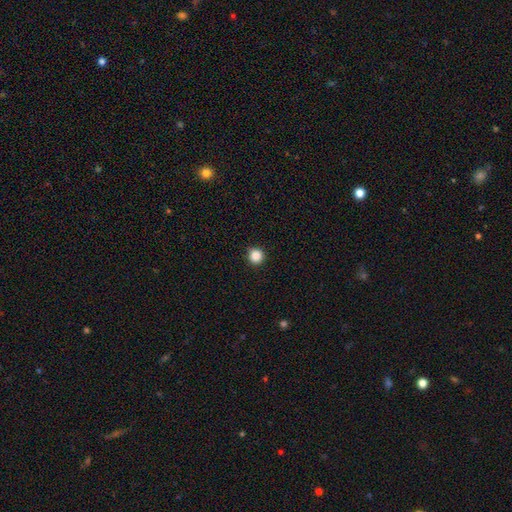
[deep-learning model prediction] This is clearly a smooth galaxy (87%). How rounded: clearly round (95%). Merging: clearly none (92%).